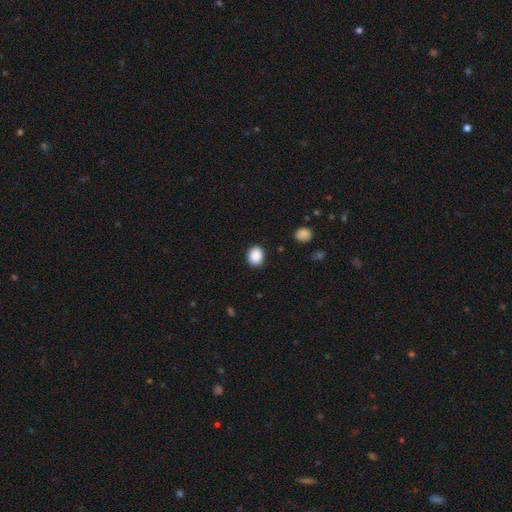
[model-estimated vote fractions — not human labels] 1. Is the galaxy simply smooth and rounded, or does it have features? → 89% smooth, 8% star or artifact, 3% featured or disk.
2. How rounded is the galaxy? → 60% round, 39% in between, 1% cigar-shaped.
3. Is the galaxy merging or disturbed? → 87% none, 9% minor disturbance, 2% major disturbance, 1% merger.